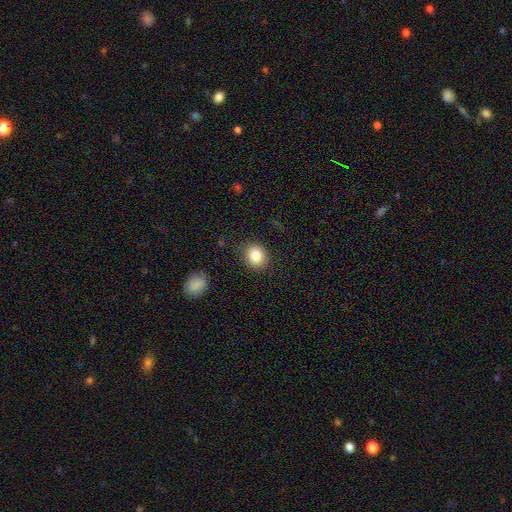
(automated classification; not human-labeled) Q: Smooth or featured?
A: smooth (84%); runner-up: star or artifact (10%)
Q: How rounded?
A: round (74%); runner-up: in between (25%)
Q: Merging?
A: none (86%); runner-up: minor disturbance (10%)